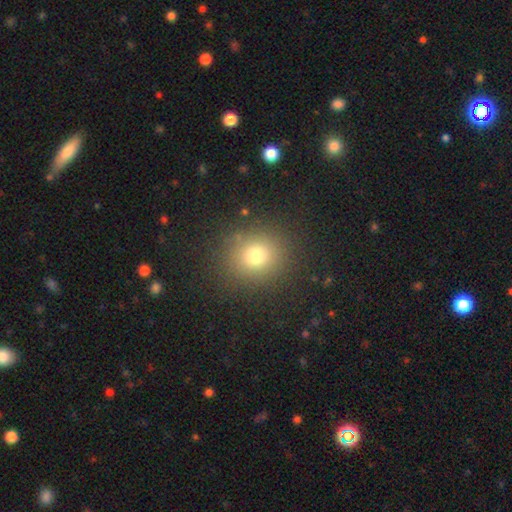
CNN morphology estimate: Overall: smooth (75%). How rounded: round (85%). Merging: none (88%).